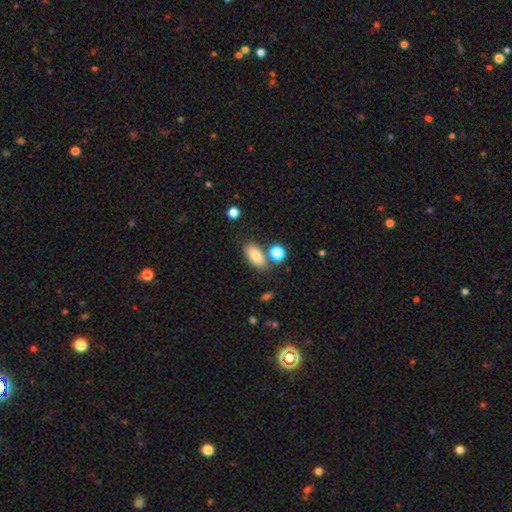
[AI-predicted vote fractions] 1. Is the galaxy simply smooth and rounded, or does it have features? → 80% smooth, 11% featured or disk, 8% star or artifact.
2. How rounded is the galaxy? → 86% in between, 8% cigar-shaped, 6% round.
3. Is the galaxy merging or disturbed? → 71% none, 13% merger, 12% minor disturbance, 4% major disturbance.